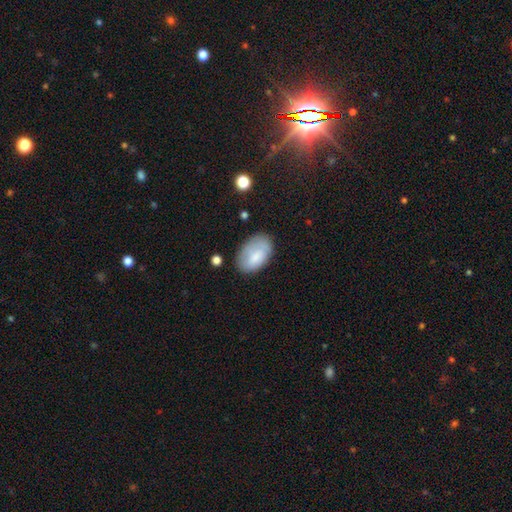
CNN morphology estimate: smooth 76%, featured or disk 17%, star or artifact 7%. Down the decision tree: how rounded — in between (93%); merging — none (69%).